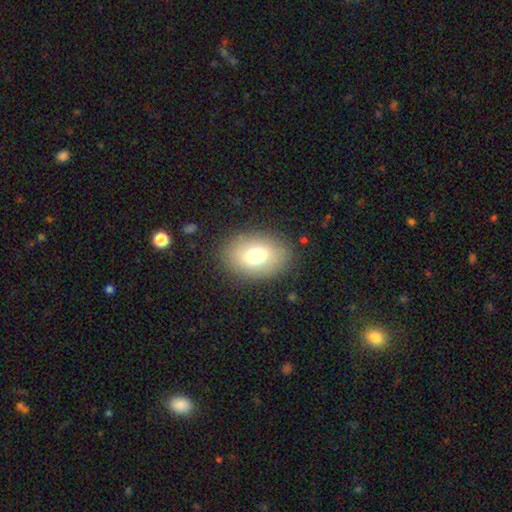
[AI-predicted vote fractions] The model was most divided on "smooth or featured": smooth: 70%, featured or disk: 20%, star or artifact: 9%. More confident: merging — none (84%); how rounded — in between (80%).